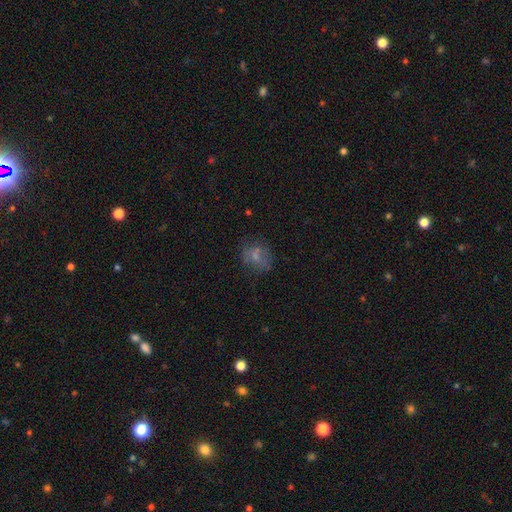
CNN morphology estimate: This is possibly a smooth galaxy (58%). How rounded: likely round (60%). Merging: possibly none (56%).